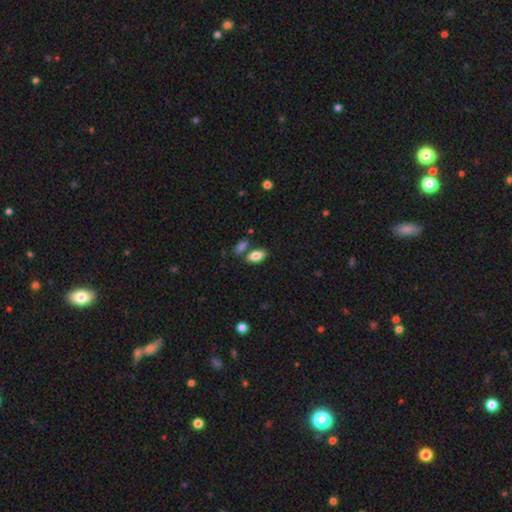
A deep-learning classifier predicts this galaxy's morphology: Smooth or featured?
  - smooth: 83% *
  - featured or disk: 10%
  - star or artifact: 7%
How rounded?
  - in between: 90% *
  - cigar-shaped: 7%
  - round: 3%
Merging?
  - none: 69% *
  - merger: 16%
  - minor disturbance: 11%
  - major disturbance: 3%